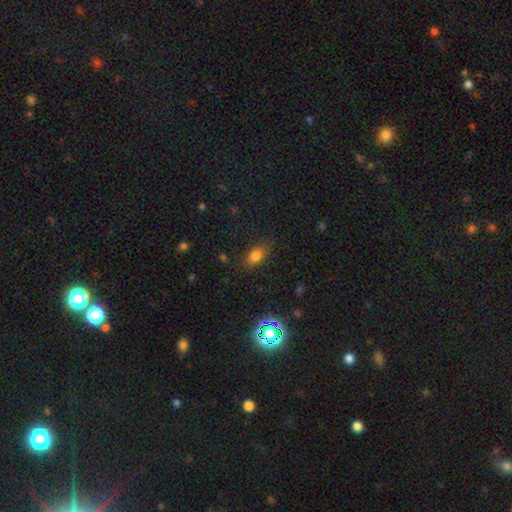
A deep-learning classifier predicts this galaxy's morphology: This is likely a smooth galaxy (75%). How rounded: likely in between (78%). Merging: likely none (76%).